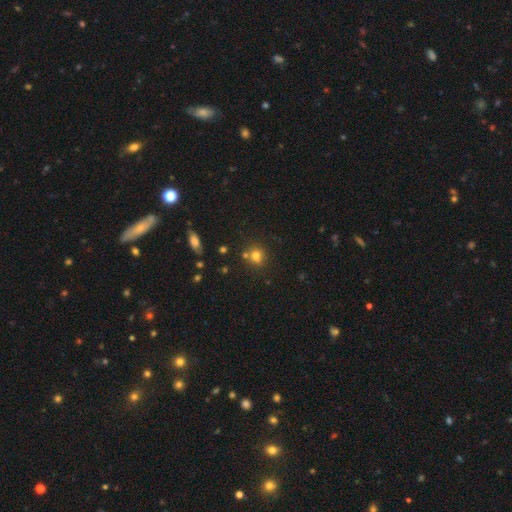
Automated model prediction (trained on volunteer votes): Smooth or featured? Predicted: smooth (p=0.74). How rounded? Predicted: round (p=0.81). Merging? Predicted: none (p=0.65).